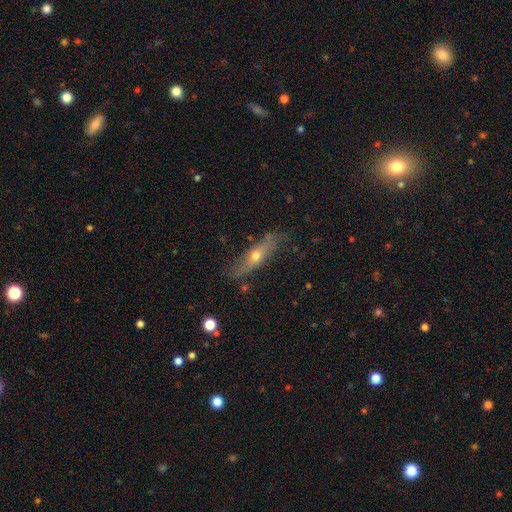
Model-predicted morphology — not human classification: Smooth or featured? featured or disk (62%)
Edge-on disk? yes (66%)
Merging? none (72%)